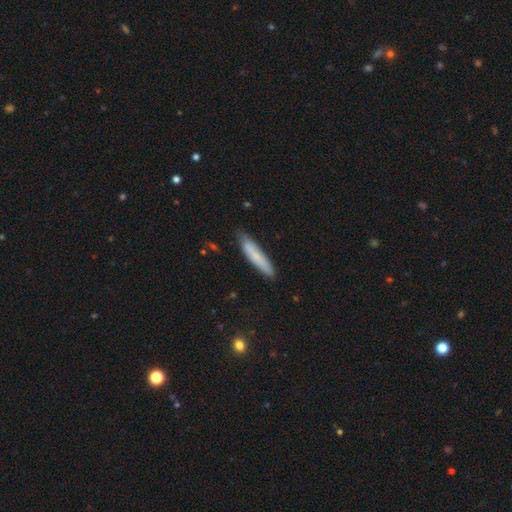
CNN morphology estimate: smooth-or-featured: smooth: 73% | featured or disk: 21% | star or artifact: 6%
  how-rounded: cigar-shaped: 86% | in between: 12% | round: 1%
  merging: none: 77% | minor disturbance: 18% | major disturbance: 3% | merger: 2%